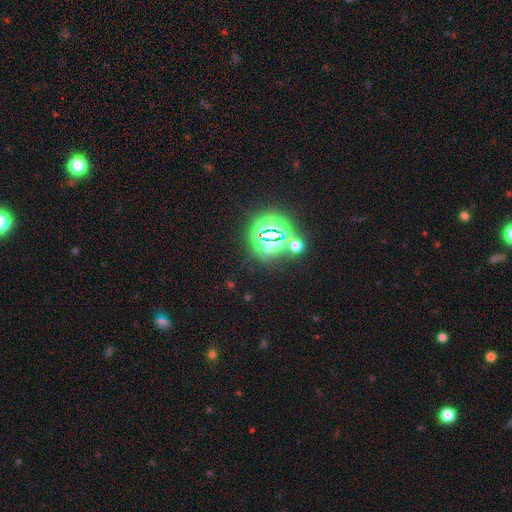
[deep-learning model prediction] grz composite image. It shows a star or artifact, not a galaxy (71%).